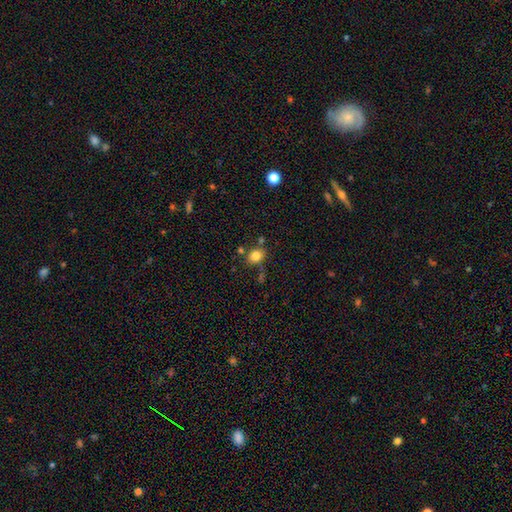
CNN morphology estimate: smooth 82%, star or artifact 12%, featured or disk 6%. Down the decision tree: how rounded — round (60%); merging — none (72%).